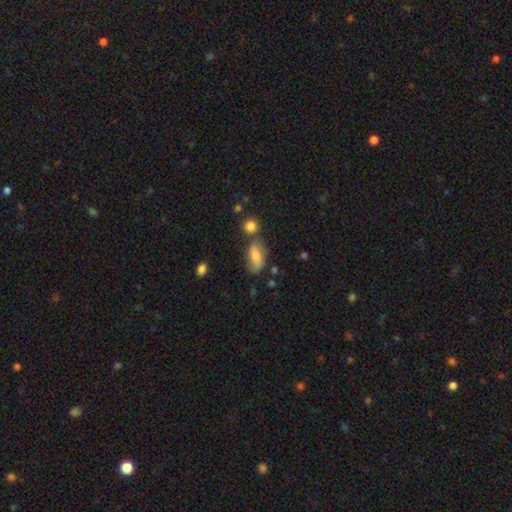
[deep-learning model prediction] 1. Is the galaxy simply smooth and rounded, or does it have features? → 68% smooth, 22% featured or disk, 10% star or artifact.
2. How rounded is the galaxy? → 83% in between, 11% cigar-shaped, 6% round.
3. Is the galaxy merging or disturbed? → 60% none, 20% minor disturbance, 13% merger, 6% major disturbance.